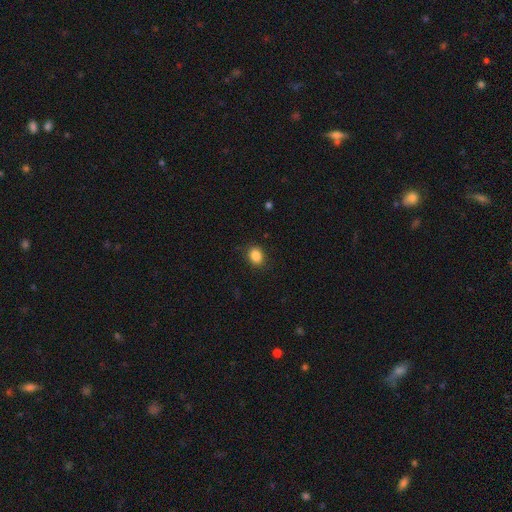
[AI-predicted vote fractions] smooth-or-featured: smooth: 87% | star or artifact: 10% | featured or disk: 4%
  how-rounded: in between: 58% | round: 41% | cigar-shaped: 1%
  merging: none: 87% | minor disturbance: 9% | major disturbance: 2% | merger: 1%